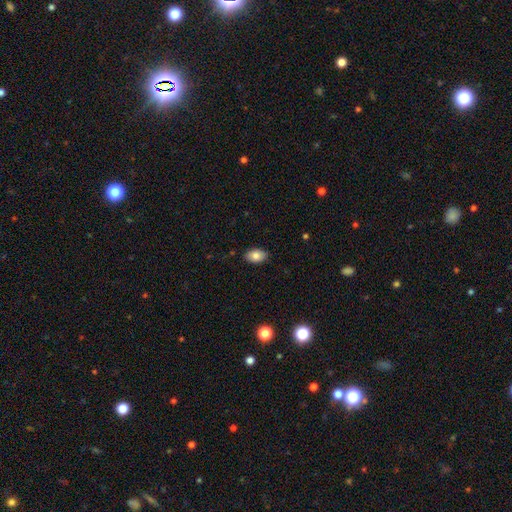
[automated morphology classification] This appears to be a smooth galaxy with no disk features (80%) that is in between round and cigar-shaped (90%). Merging: none (85%).